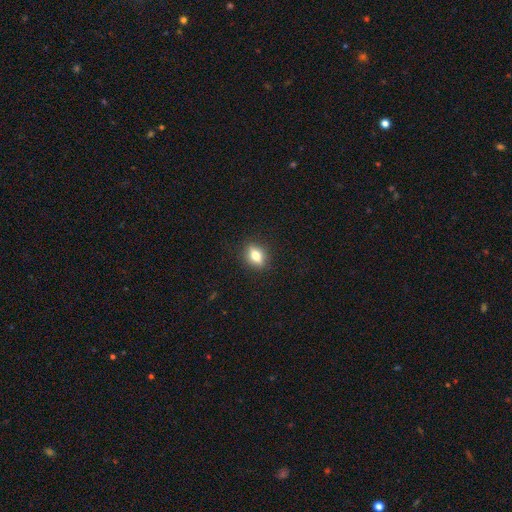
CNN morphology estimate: The model was most divided on "how rounded": in between: 70%, round: 23%, cigar-shaped: 7%. More confident: merging — none (87%); smooth or featured — smooth (72%).